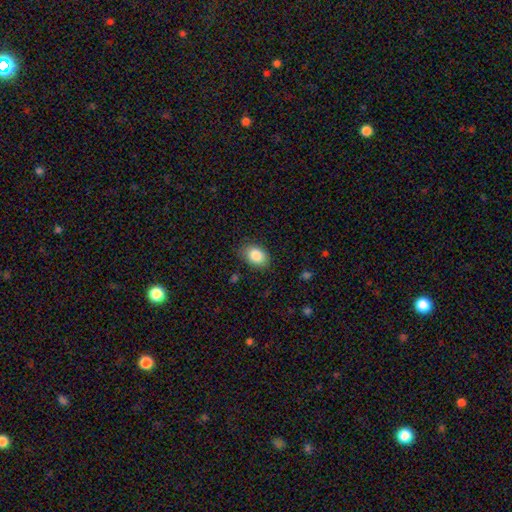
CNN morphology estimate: The model was most divided on "how rounded": in between: 76%, round: 23%, cigar-shaped: 1%. More confident: smooth or featured — smooth (85%); merging — none (82%).